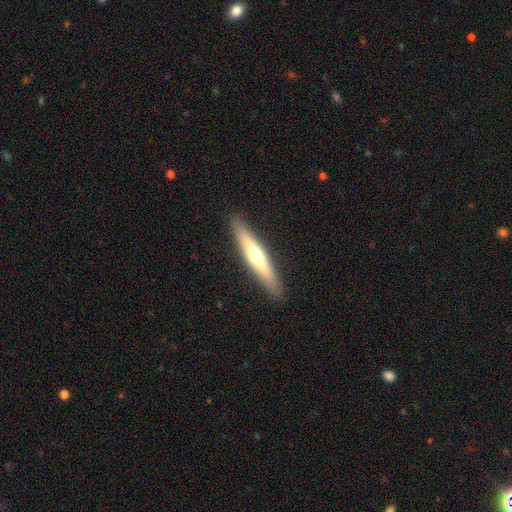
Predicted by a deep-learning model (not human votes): Overall: featured or disk (50%; smooth 45%). Merging: none (91%).